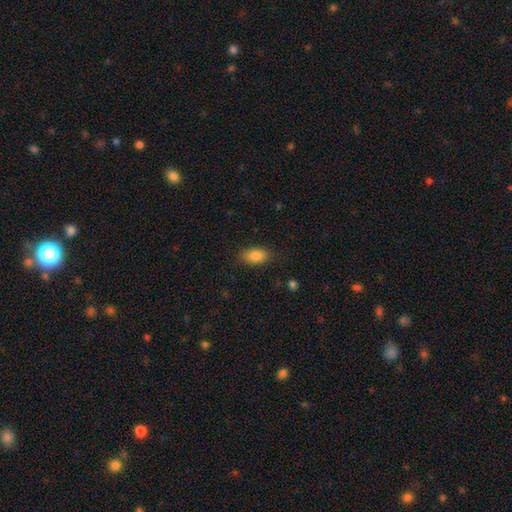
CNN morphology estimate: The model was most divided on "merging": none: 85%, minor disturbance: 11%, major disturbance: 3%, merger: 1%. More confident: how rounded — in between (90%); smooth or featured — smooth (85%).